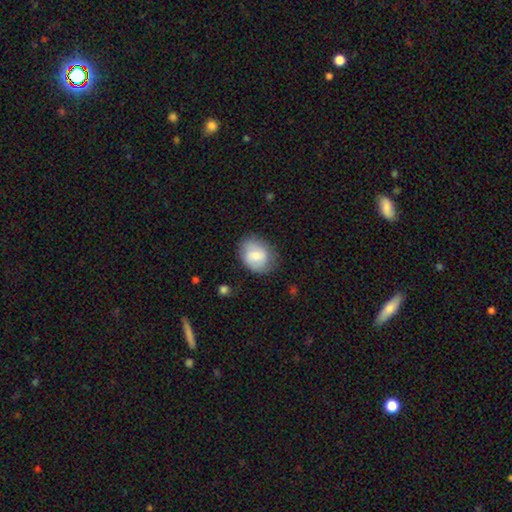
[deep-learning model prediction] smooth-or-featured: smooth: 66% | featured or disk: 27% | star or artifact: 7%
  how-rounded: in between: 60% | round: 39% | cigar-shaped: 1%
  merging: none: 75% | minor disturbance: 19% | major disturbance: 5% | merger: 1%